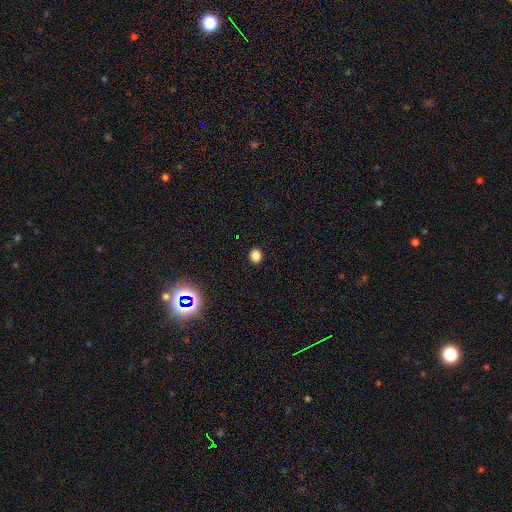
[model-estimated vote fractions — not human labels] Smooth or featured? smooth (83%)
How rounded? round (83%)
Merging? none (92%)